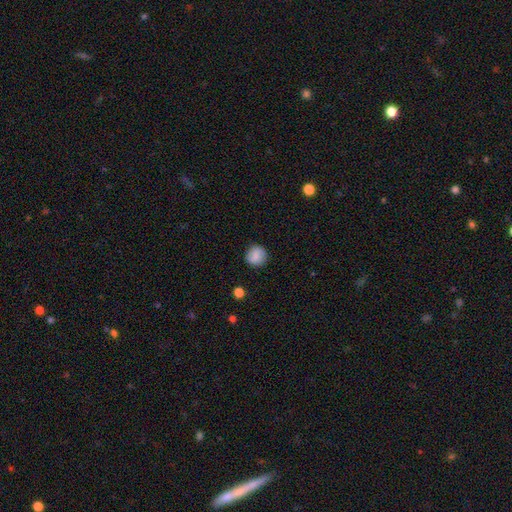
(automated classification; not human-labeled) A smooth galaxy with no disk features (84%) that is round (91%). Merging: none (87%).